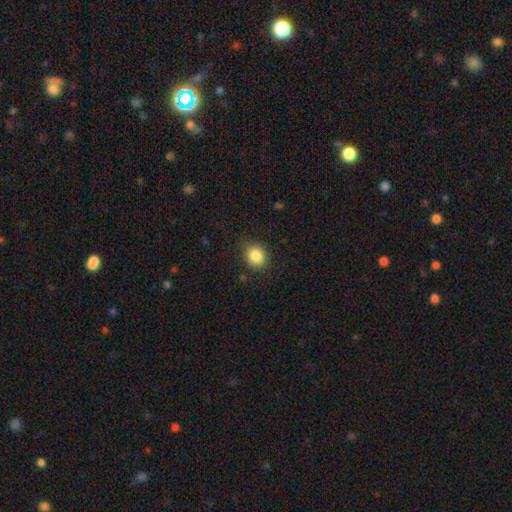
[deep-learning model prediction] smooth 85%, star or artifact 10%, featured or disk 5%. Down the decision tree: how rounded — round (63%); merging — none (86%).